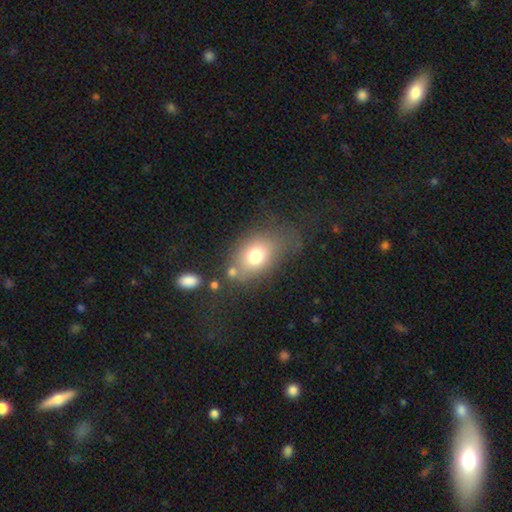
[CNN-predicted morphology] type=smooth (73%); roundness=in between (72%); merging=none (53%).